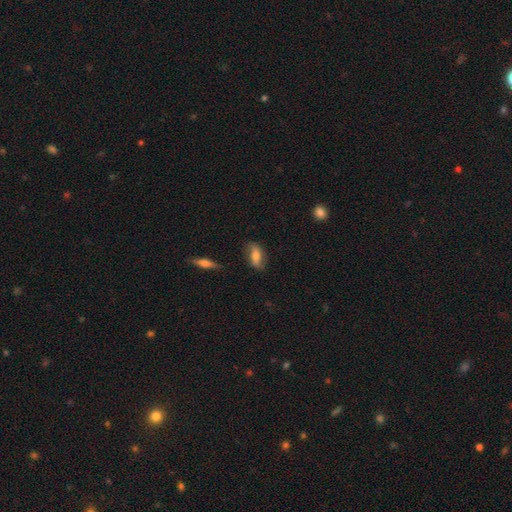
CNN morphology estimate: Q: Smooth or featured?
A: smooth (63%); runner-up: featured or disk (30%)
Q: How rounded?
A: in between (79%); runner-up: cigar-shaped (16%)
Q: Merging?
A: none (73%); runner-up: minor disturbance (20%)